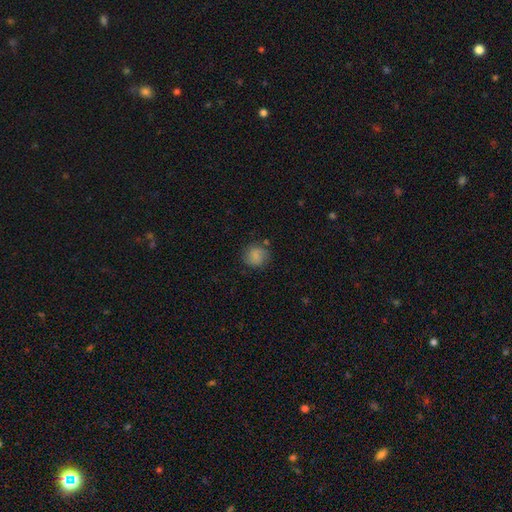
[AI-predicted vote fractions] The model was most divided on "merging": none: 77%, minor disturbance: 16%, major disturbance: 4%, merger: 3%. More confident: how rounded — round (85%); smooth or featured — smooth (81%).